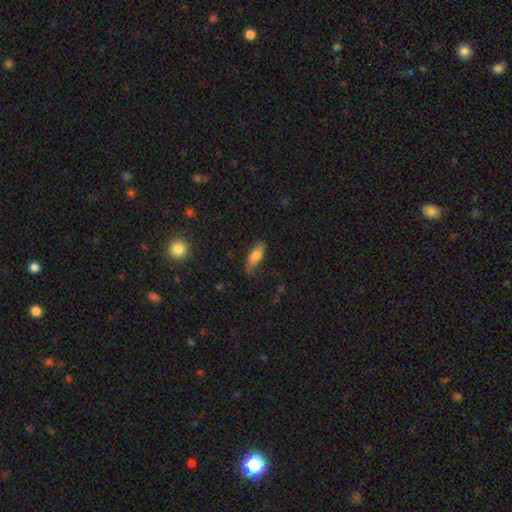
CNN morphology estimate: smooth_or_featured: smooth (p=0.75) [alt: featured or disk p=0.18]
how_rounded: in between (p=0.63) [alt: cigar-shaped p=0.35]
merging: none (p=0.74) [alt: minor disturbance p=0.20]